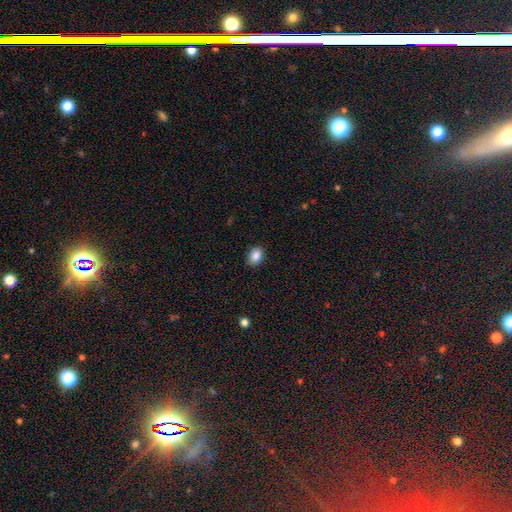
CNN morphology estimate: smooth_or_featured: smooth (p=0.87) [alt: star or artifact p=0.09]
how_rounded: in between (p=0.64) [alt: round p=0.35]
merging: none (p=0.88) [alt: minor disturbance p=0.09]